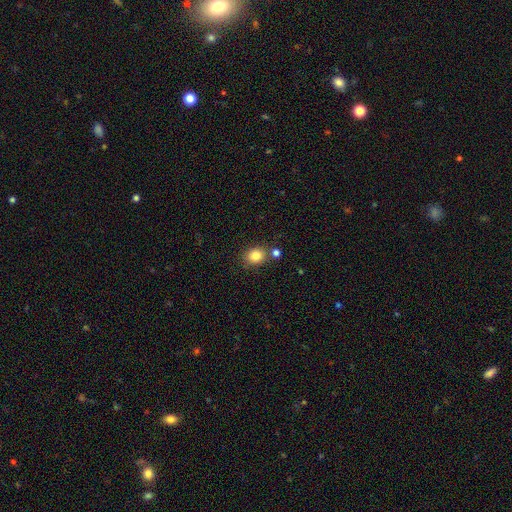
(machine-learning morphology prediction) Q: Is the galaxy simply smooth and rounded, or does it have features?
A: smooth — 83%.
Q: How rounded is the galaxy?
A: round — 61%.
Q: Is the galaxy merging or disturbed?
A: none — 74%.